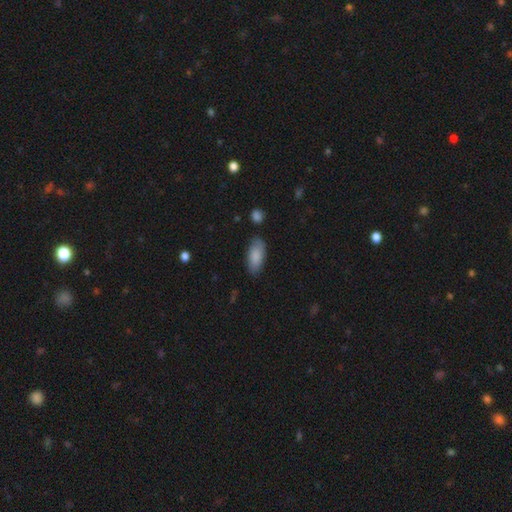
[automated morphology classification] type=smooth (84%); roundness=in between (87%); merging=none (78%).